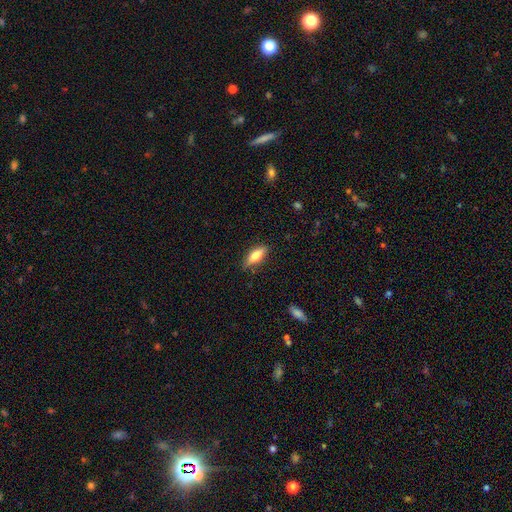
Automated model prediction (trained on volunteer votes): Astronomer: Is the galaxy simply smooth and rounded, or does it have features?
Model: smooth — 71%.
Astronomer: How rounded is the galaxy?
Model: in between — 63%.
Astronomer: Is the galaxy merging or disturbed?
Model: none — 83%.